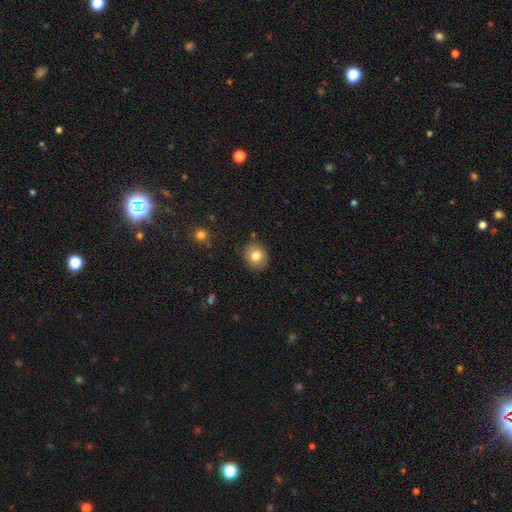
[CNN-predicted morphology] A smooth galaxy with no disk features (80%) that is round (78%).

Vote fractions:
- Smooth or featured? smooth: 80% / star or artifact: 10% / featured or disk: 10%
- How rounded? round: 78% / in between: 21% / cigar-shaped: 1%
- Merging? none: 88% / minor disturbance: 8% / major disturbance: 2% / merger: 1%